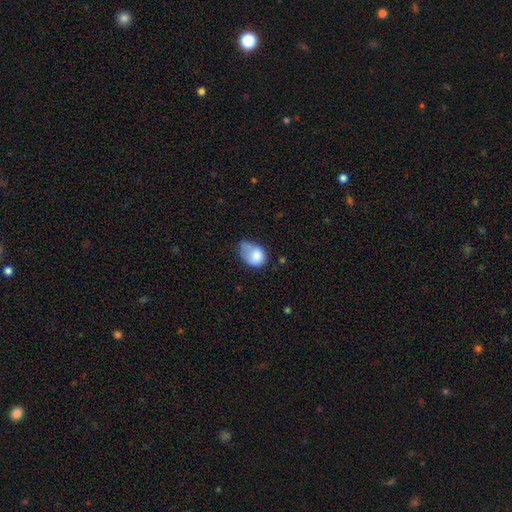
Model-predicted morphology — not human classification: smooth_or_featured: smooth (p=0.79) [alt: featured or disk p=0.13]
how_rounded: in between (p=0.68) [alt: round p=0.31]
merging: minor disturbance (p=0.40) [alt: major disturbance p=0.28]